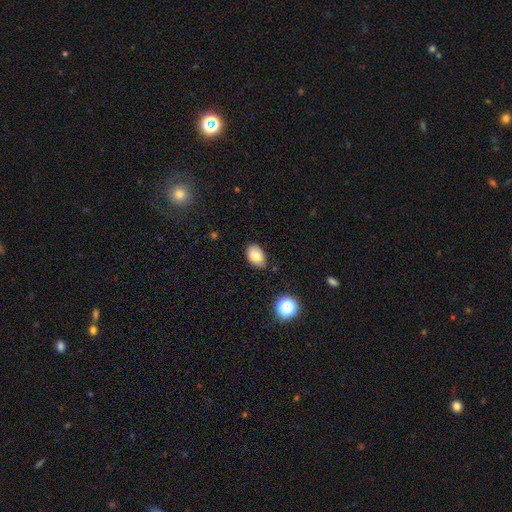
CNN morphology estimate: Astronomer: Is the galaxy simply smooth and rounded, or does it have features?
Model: smooth — 76%.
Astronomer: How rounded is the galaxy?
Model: in between — 87%.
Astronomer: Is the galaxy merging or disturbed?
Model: none — 75%.